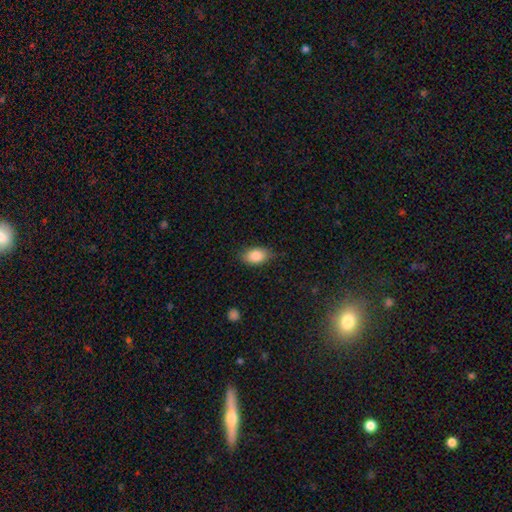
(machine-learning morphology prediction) Smooth or featured?
  - smooth: 86% *
  - star or artifact: 7%
  - featured or disk: 6%
How rounded?
  - in between: 89% *
  - round: 9%
  - cigar-shaped: 2%
Merging?
  - none: 78% *
  - minor disturbance: 17%
  - major disturbance: 4%
  - merger: 1%